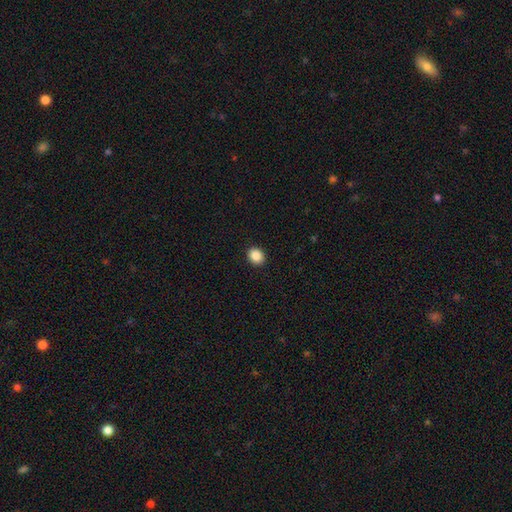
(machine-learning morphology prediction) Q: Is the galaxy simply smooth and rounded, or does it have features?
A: smooth — 88%.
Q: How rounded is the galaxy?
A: round — 61%.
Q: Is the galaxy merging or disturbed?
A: none — 92%.